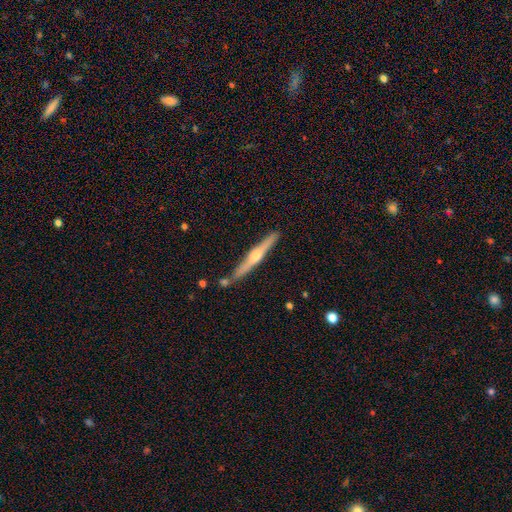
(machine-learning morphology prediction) A featured or disk galaxy (68%) viewed edge-on (98%) with a rounded central bulge (88%).

Vote fractions:
- Smooth or featured? featured or disk: 68% / smooth: 26% / star or artifact: 5%
- Edge-on disk? yes: 98% / no: 2%
- Edge-on bulge? rounded: 88% / none: 8% / boxy: 4%
- Merging? none: 83% / minor disturbance: 10% / merger: 5% / major disturbance: 2%